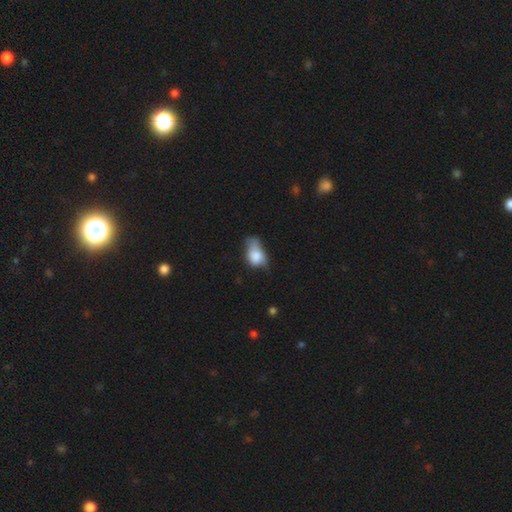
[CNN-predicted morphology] smooth-or-featured: smooth: 73% | featured or disk: 18% | star or artifact: 9%
  how-rounded: in between: 80% | round: 17% | cigar-shaped: 3%
  merging: minor disturbance: 40% | major disturbance: 28% | none: 23% | merger: 9%